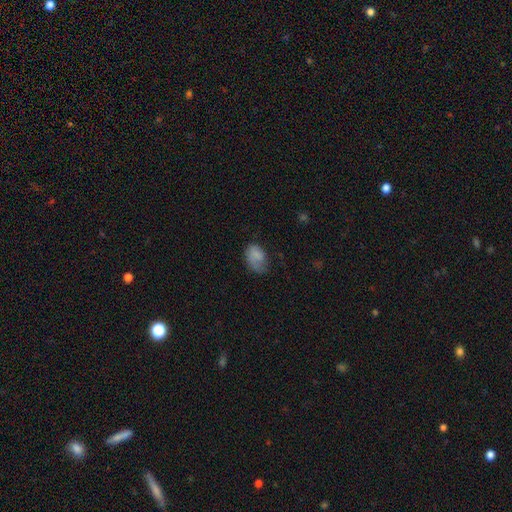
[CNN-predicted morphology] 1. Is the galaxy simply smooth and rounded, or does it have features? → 75% smooth, 16% featured or disk, 9% star or artifact.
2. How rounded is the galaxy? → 80% in between, 19% round, 1% cigar-shaped.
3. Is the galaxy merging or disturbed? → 40% none, 34% minor disturbance, 23% major disturbance, 2% merger.